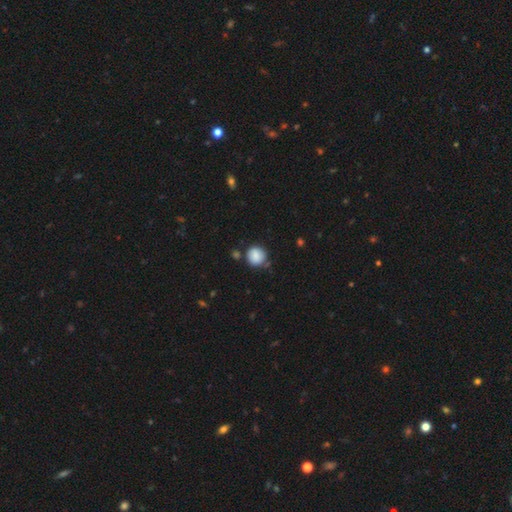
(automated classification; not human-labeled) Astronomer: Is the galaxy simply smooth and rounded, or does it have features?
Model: smooth — 85%.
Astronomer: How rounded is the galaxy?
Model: round — 88%.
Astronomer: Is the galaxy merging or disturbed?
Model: none — 72%.